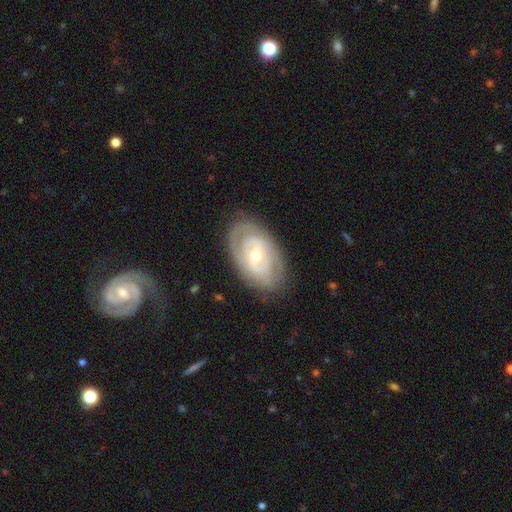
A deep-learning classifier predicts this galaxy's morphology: Smooth or featured: featured or disk — 78% (smooth — 17%)
Edge-on disk: no — 95% (yes — 5%)
Bar: weak — 42% (no — 41%)
Spiral arms: yes — 78% (no — 22%)
Spiral winding: tight — 68% (medium — 24%)
Spiral arm count: 2 — 41% (can't tell — 38%)
Bulge size: moderate — 50% (small — 46%)
Merging: none — 79% (minor disturbance — 15%)